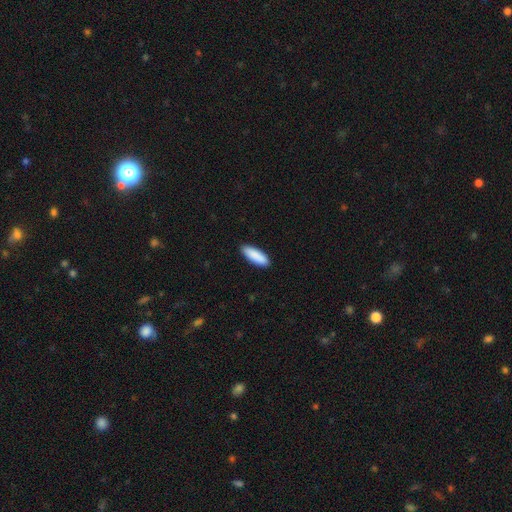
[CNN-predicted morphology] Overall: smooth (90%). How rounded: in between (57%; cigar-shaped 41%). Merging: none (90%).